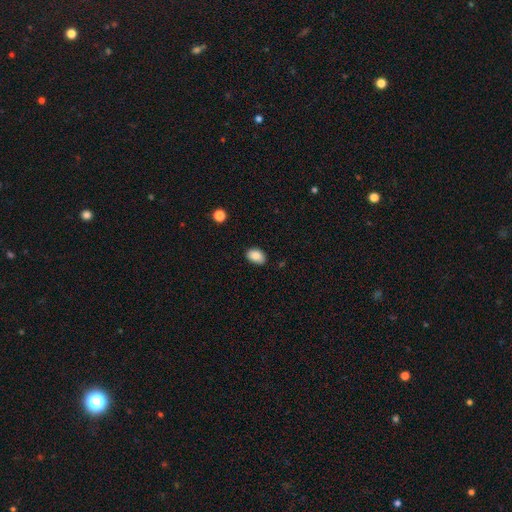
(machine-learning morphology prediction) Smooth or featured: smooth — 87% (star or artifact — 8%)
How rounded: in between — 84% (round — 15%)
Merging: none — 84% (minor disturbance — 12%)